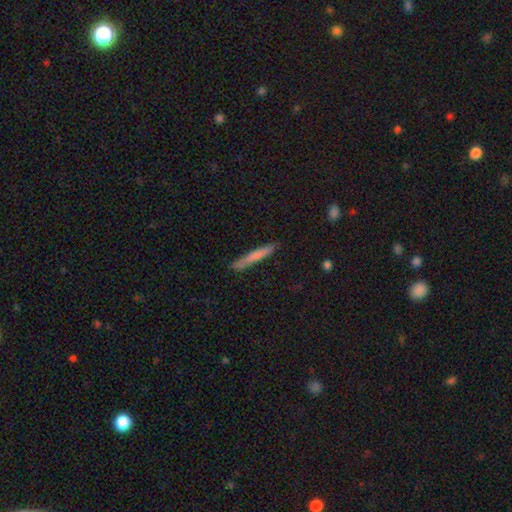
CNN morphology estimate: Smooth or featured?
  - smooth: 69% *
  - featured or disk: 25%
  - star or artifact: 6%
How rounded?
  - cigar-shaped: 96% *
  - in between: 3%
  - round: 1%
Merging?
  - none: 85% *
  - minor disturbance: 11%
  - major disturbance: 2%
  - merger: 2%